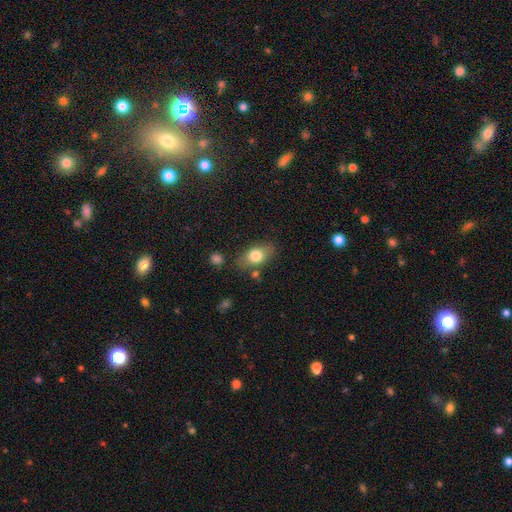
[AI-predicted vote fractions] This is likely a smooth galaxy (77%). How rounded: clearly in between (83%). Merging: likely none (75%).